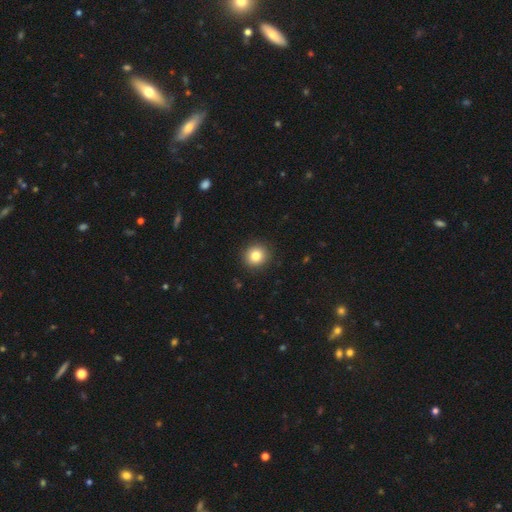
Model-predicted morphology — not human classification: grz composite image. It shows a smooth galaxy with no disk features (83%) that is round (92%). Merging: none (92%).